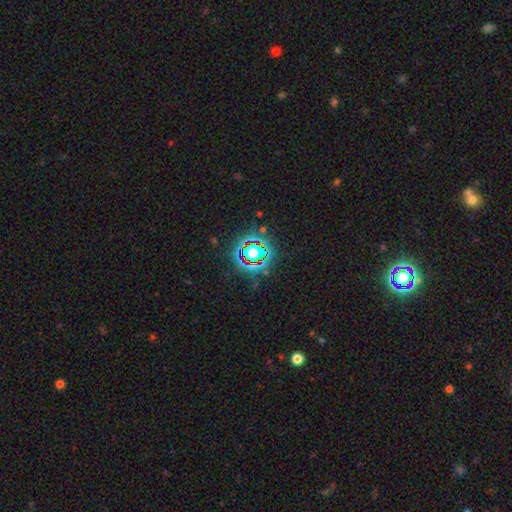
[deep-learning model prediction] This appears to be a star or artifact, not a galaxy (69%).